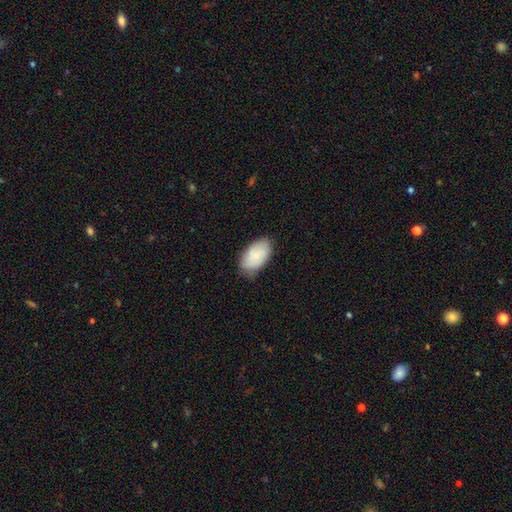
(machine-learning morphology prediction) Overall: smooth (82%). How rounded: in between (95%). Merging: none (73%).